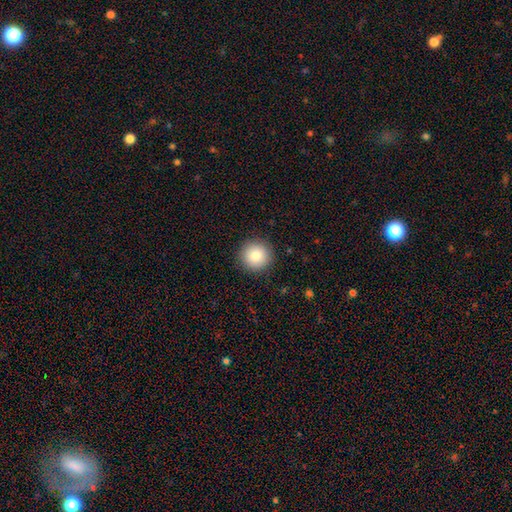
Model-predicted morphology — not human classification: Overall: smooth (82%). How rounded: round (95%). Merging: none (92%).